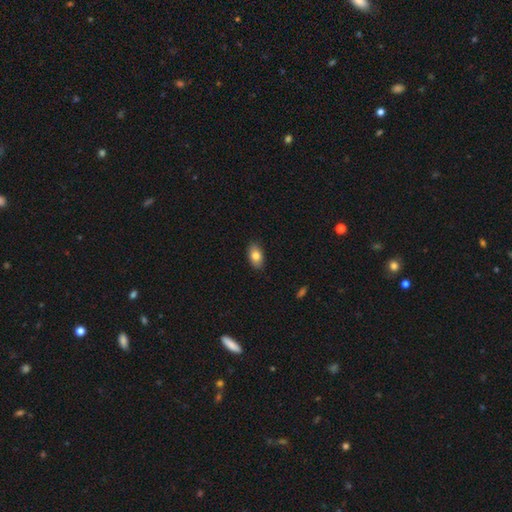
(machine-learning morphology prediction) Q: Smooth or featured?
A: smooth (81%); runner-up: featured or disk (11%)
Q: How rounded?
A: in between (92%); runner-up: round (6%)
Q: Merging?
A: none (88%); runner-up: minor disturbance (10%)